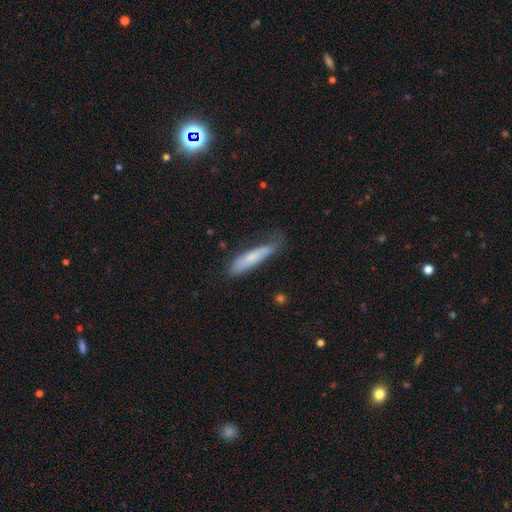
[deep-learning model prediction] Smooth or featured?
  - smooth: 57% *
  - featured or disk: 30%
  - star or artifact: 13%
How rounded?
  - cigar-shaped: 83% *
  - in between: 15%
  - round: 2%
Merging?
  - none: 63% *
  - minor disturbance: 26%
  - major disturbance: 8%
  - merger: 2%